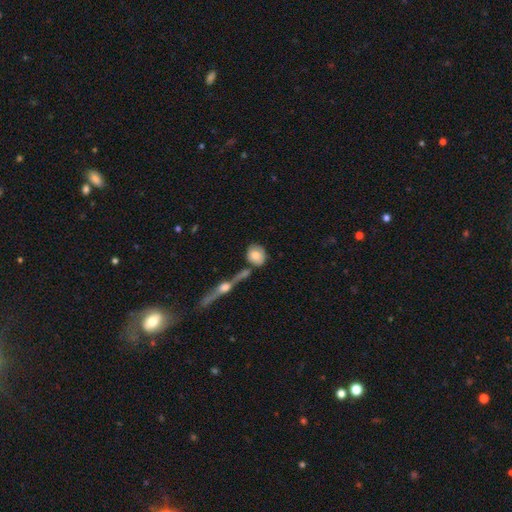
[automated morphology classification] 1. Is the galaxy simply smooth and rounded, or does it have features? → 73% smooth, 21% featured or disk, 6% star or artifact.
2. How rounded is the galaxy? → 59% round, 37% in between, 4% cigar-shaped.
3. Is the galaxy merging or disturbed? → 62% none, 18% merger, 15% minor disturbance, 5% major disturbance.